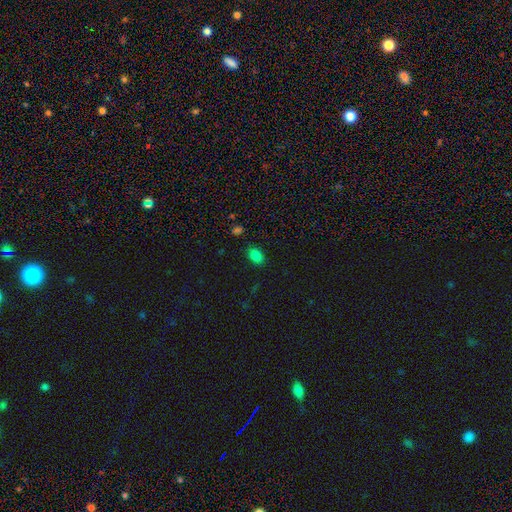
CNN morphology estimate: A smooth galaxy with no disk features (82%) that is in between round and cigar-shaped (83%).

Vote fractions:
- Smooth or featured? smooth: 82% / star or artifact: 14% / featured or disk: 4%
- How rounded? in between: 83% / round: 16% / cigar-shaped: 1%
- Merging? none: 85% / minor disturbance: 11% / major disturbance: 3% / merger: 2%